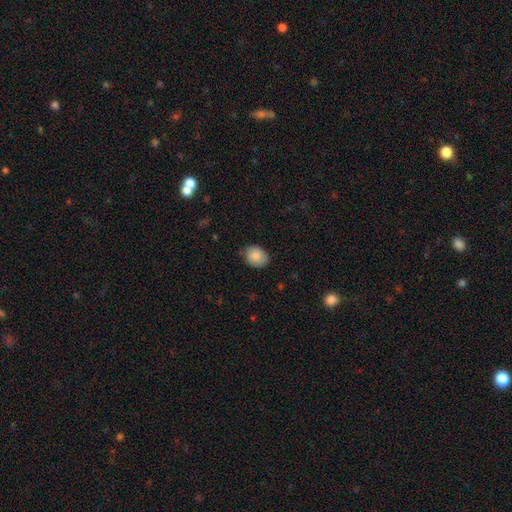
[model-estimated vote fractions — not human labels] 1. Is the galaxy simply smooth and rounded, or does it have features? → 84% smooth, 8% featured or disk, 8% star or artifact.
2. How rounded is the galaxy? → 50% in between, 49% round, 1% cigar-shaped.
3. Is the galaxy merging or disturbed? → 75% none, 20% minor disturbance, 3% major disturbance, 1% merger.